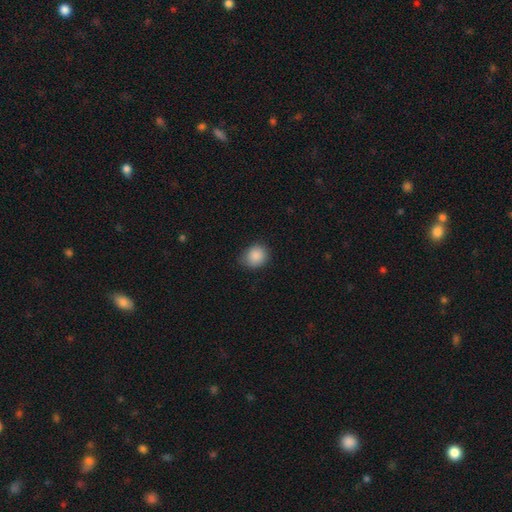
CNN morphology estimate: Smooth or featured? smooth (88%)
How rounded? round (74%)
Merging? none (76%)